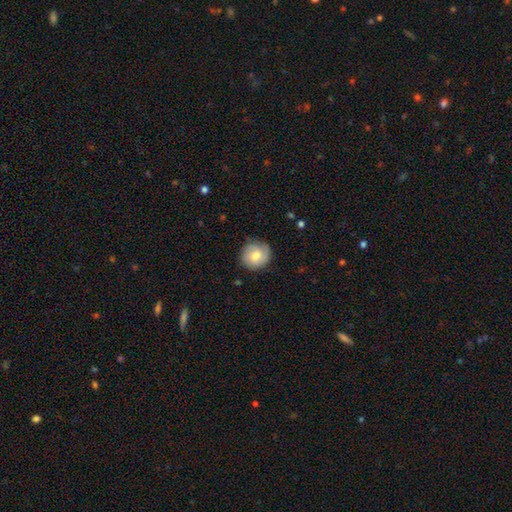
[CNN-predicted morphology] Overall: smooth (71%). How rounded: round (89%). Merging: none (80%).